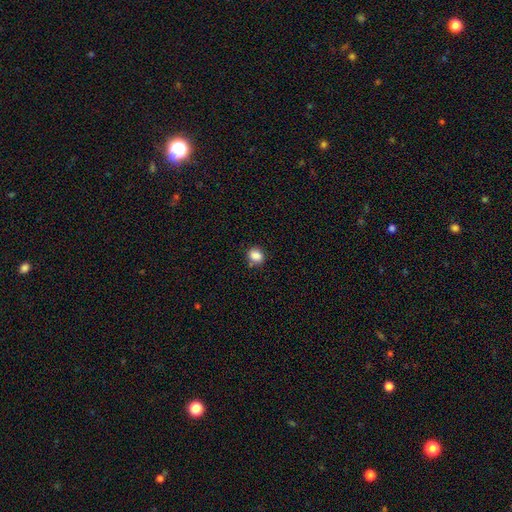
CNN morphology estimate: A smooth galaxy with no disk features (86%) that is round (59%). Merging: none (76%).